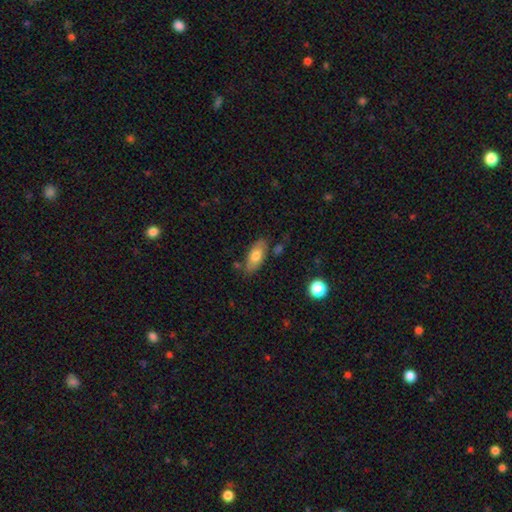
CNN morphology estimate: type=smooth (72%); roundness=in between (86%); merging=none (74%).